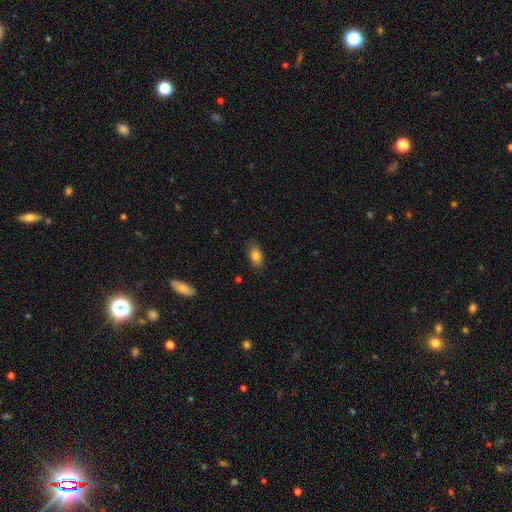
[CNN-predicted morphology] Smooth or featured? Predicted: smooth (p=0.84). How rounded? Predicted: in between (p=0.90). Merging? Predicted: none (p=0.83).